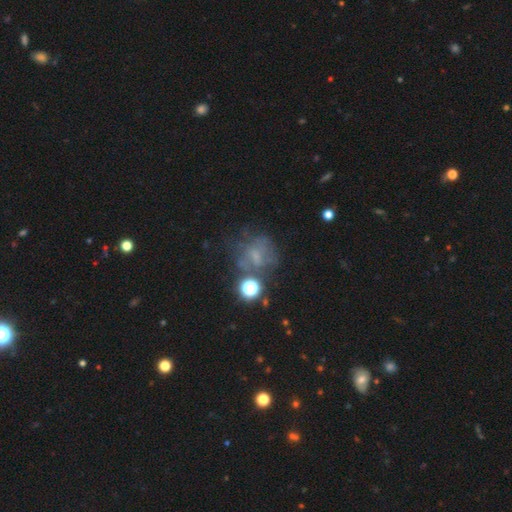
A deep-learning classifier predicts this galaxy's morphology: Overall: featured or disk (37%; smooth 35%). Merging: none (46%; major disturbance 24%).